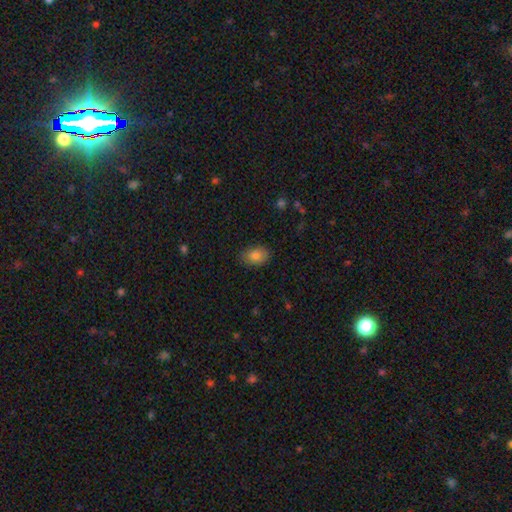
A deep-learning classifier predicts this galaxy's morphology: smooth 83%, featured or disk 9%, star or artifact 8%. Down the decision tree: how rounded — in between (80%); merging — none (80%).